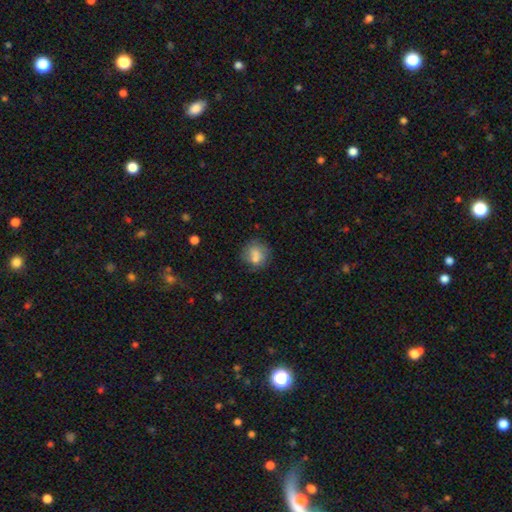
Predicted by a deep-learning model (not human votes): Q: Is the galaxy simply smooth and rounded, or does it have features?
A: smooth — 70%.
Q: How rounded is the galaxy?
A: round — 77%.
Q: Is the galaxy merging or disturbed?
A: none — 58%.